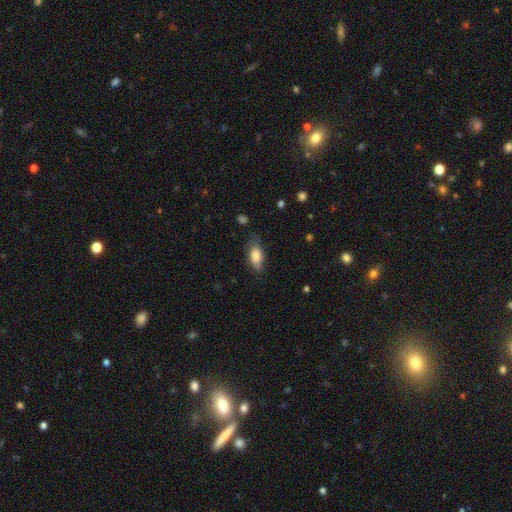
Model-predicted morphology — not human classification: This is clearly a smooth galaxy (81%). How rounded: clearly in between (85%). Merging: likely none (68%).